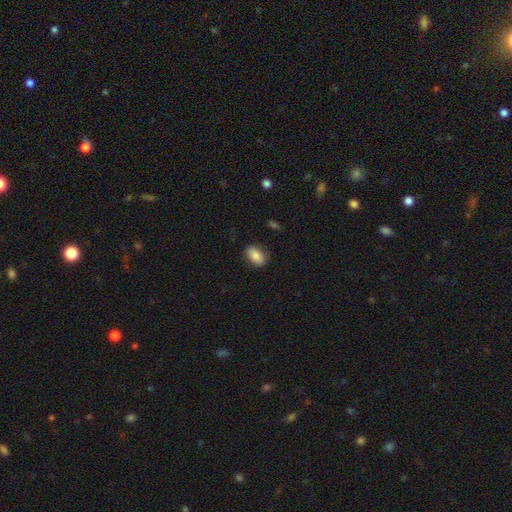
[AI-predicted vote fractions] A smooth galaxy with no disk features (85%) that is in between round and cigar-shaped (89%).

Vote fractions:
- Smooth or featured? smooth: 85% / featured or disk: 8% / star or artifact: 7%
- How rounded? in between: 89% / round: 8% / cigar-shaped: 3%
- Merging? none: 84% / minor disturbance: 12% / major disturbance: 3% / merger: 1%